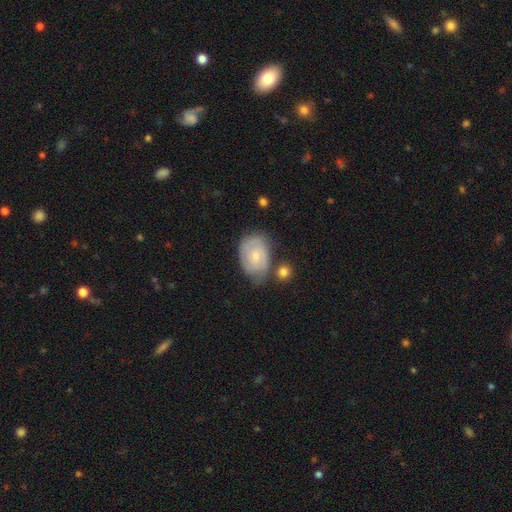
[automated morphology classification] smooth_or_featured: featured or disk (p=0.56) [alt: smooth p=0.37]
disk_edge_on: no (p=0.96) [alt: yes p=0.04]
bar: no (p=0.70) [alt: weak p=0.26]
has_spiral_arms: yes (p=0.79) [alt: no p=0.21]
bulge_size: small (p=0.60) [alt: moderate p=0.33]
merging: none (p=0.53) [alt: minor disturbance p=0.29]